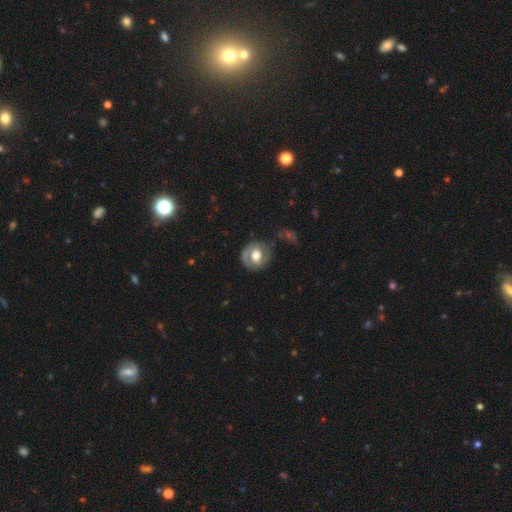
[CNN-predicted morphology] Smooth or featured? smooth (50%)
How rounded? round (78%)
Merging? none (69%)